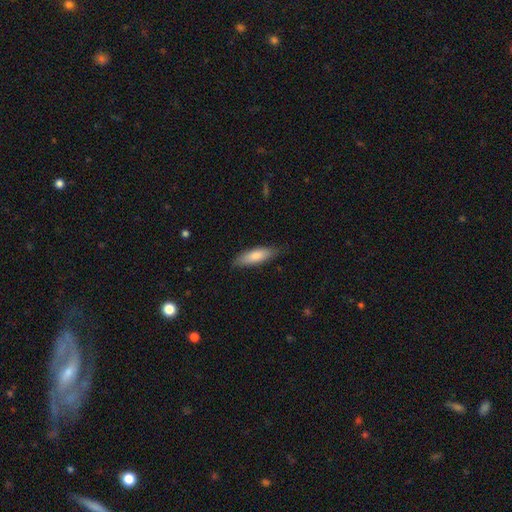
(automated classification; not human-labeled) A smooth galaxy with no disk features (75%) that is cigar-shaped (56%). Merging: none (83%).